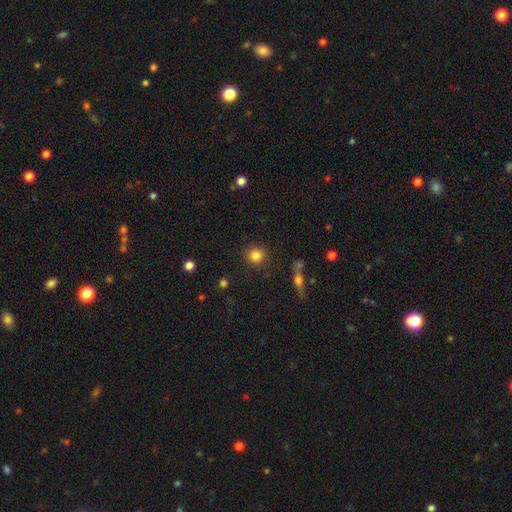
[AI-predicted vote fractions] smooth-or-featured: smooth: 83% | star or artifact: 11% | featured or disk: 6%
  how-rounded: round: 91% | in between: 8% | cigar-shaped: 1%
  merging: none: 87% | minor disturbance: 7% | merger: 3% | major disturbance: 3%